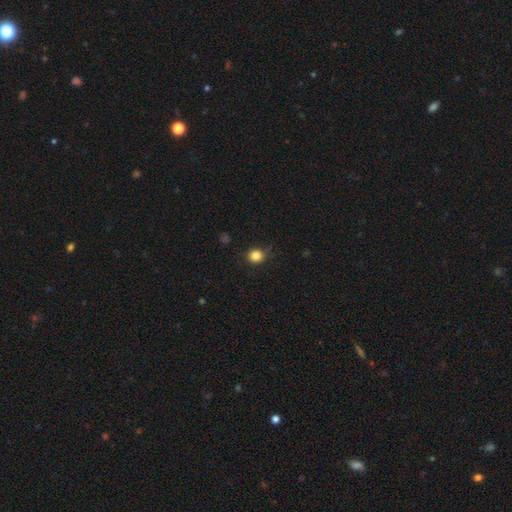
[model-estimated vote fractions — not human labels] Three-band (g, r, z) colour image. It shows a smooth galaxy with no disk features (84%) that is round (84%). Merging: none (85%).